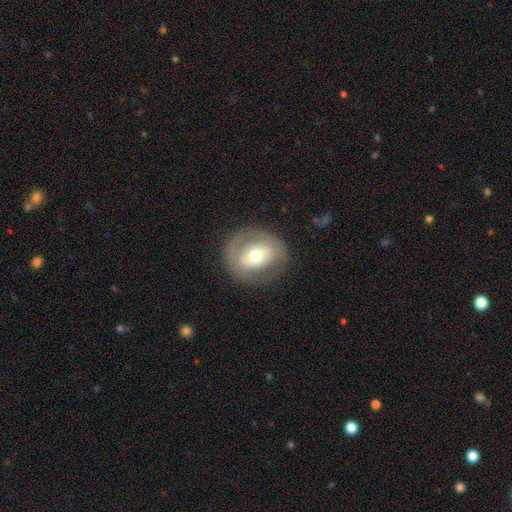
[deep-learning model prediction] Q: Smooth or featured?
A: featured or disk (49%); runner-up: smooth (44%)
Q: Merging?
A: none (79%); runner-up: minor disturbance (12%)